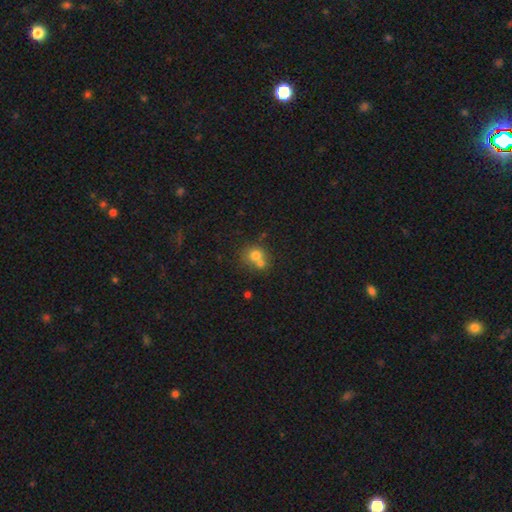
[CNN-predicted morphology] Smooth or featured: smooth — 71% (featured or disk — 16%)
How rounded: round — 81% (in between — 18%)
Merging: merger — 47% (none — 42%)